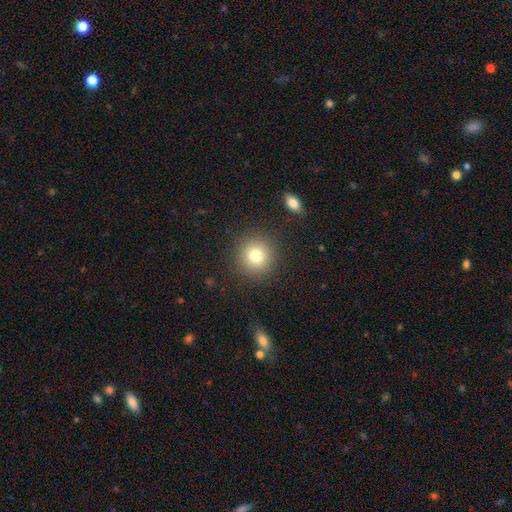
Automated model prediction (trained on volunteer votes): Overall: smooth (78%). How rounded: round (93%). Merging: none (89%).